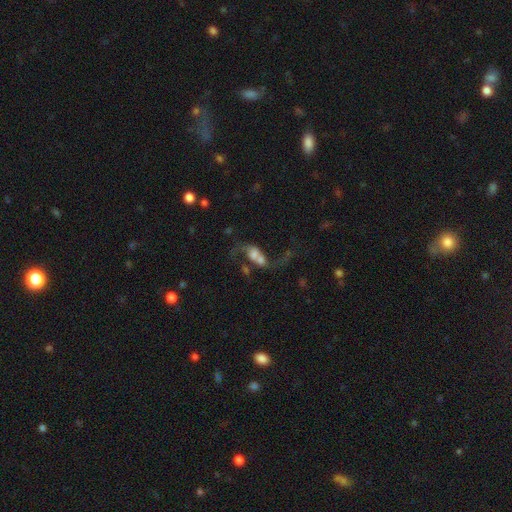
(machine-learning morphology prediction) Smooth or featured: featured or disk — 60% (smooth — 28%)
Edge-on disk: no — 95% (yes — 5%)
Bar: no — 63% (weak — 27%)
Spiral arms: yes — 74% (no — 26%)
Bulge size: moderate — 28% (none — 22%)
Merging: merger — 59% (none — 19%)